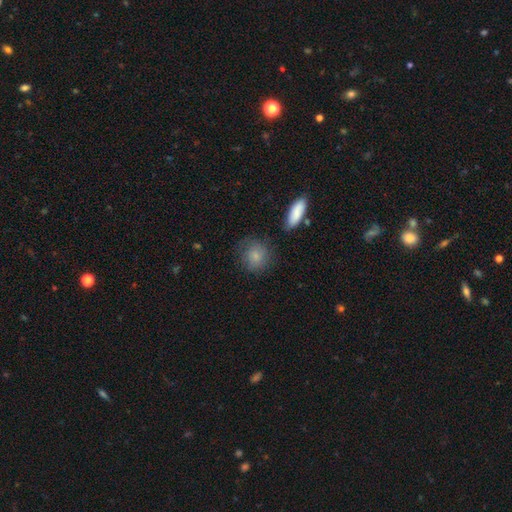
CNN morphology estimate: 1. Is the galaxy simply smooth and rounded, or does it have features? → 81% smooth, 11% featured or disk, 8% star or artifact.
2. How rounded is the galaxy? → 82% round, 17% in between, 2% cigar-shaped.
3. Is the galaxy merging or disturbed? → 72% none, 17% minor disturbance, 7% major disturbance, 4% merger.